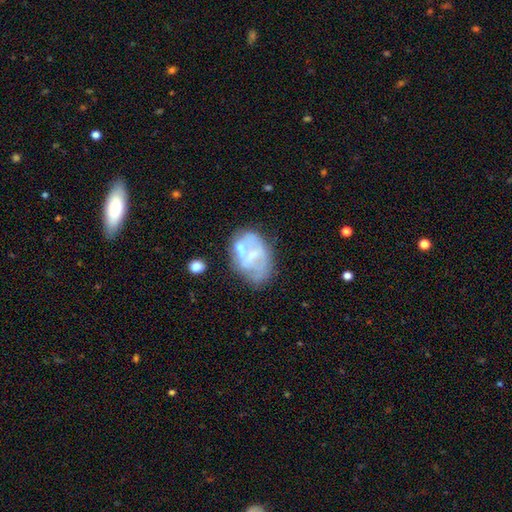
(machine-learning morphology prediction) The model was most divided on "bulge size": none: 39%, small: 30%, moderate: 25%, large: 4%, dominant: 1%. Remaining: edge-on disk — no (97%); spiral arms — no (72%); smooth or featured — featured or disk (59%); bar — no (54%); merging — none (38%).